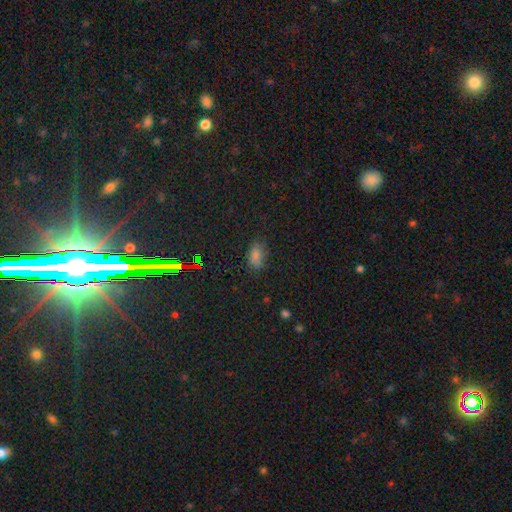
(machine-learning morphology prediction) Smooth or featured? smooth (69%)
How rounded? in between (89%)
Merging? none (74%)